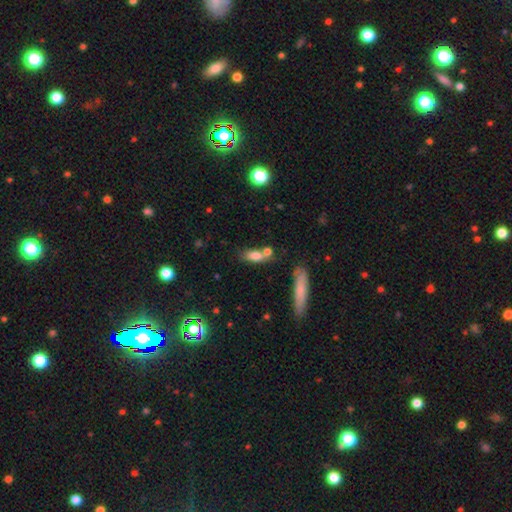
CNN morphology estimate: Overall: smooth (75%). How rounded: in between (63%; cigar-shaped 30%). Merging: none (49%; merger 32%).